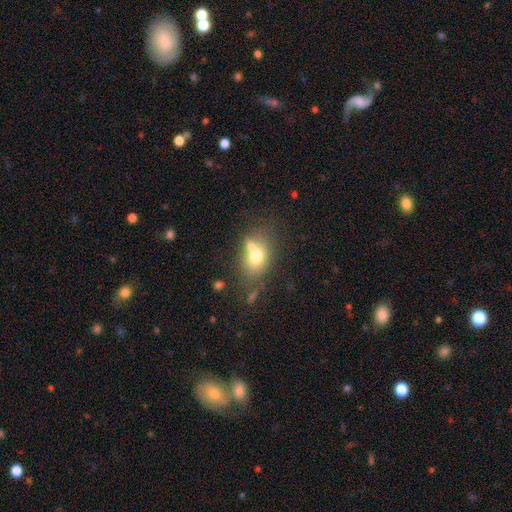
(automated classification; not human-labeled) Morphology: type=smooth (68%); roundness=in between (67%); merging=none (42%).